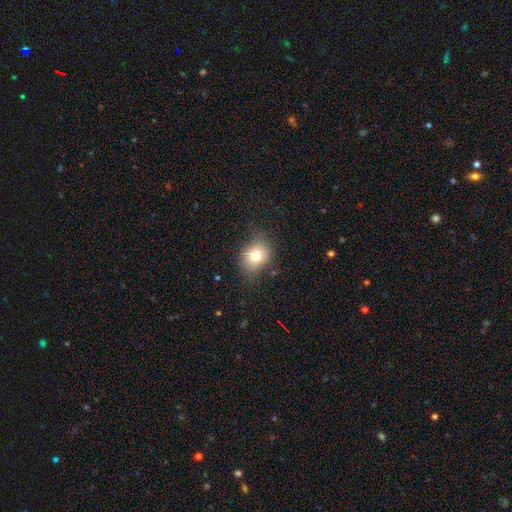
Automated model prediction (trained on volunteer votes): The model was most divided on "how rounded": round: 52%, in between: 47%, cigar-shaped: 1%. More confident: smooth or featured — smooth (75%); merging — none (70%).